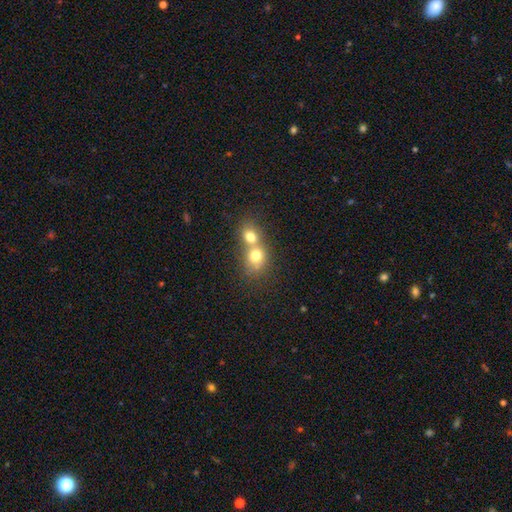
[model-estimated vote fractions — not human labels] A smooth galaxy with no disk features (72%) that is round (69%).

Vote fractions:
- Smooth or featured? smooth: 72% / featured or disk: 17% / star or artifact: 11%
- How rounded? round: 69% / in between: 30% / cigar-shaped: 1%
- Merging? merger: 70% / none: 23% / minor disturbance: 5% / major disturbance: 3%